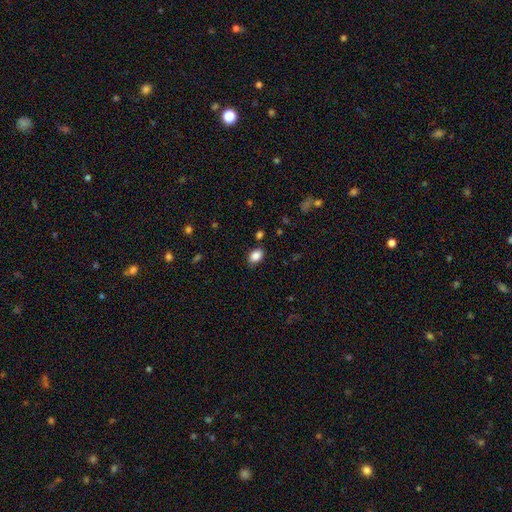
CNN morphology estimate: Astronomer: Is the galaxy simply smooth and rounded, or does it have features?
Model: smooth — 87%.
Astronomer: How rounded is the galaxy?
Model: in between — 81%.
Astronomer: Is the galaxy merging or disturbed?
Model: none — 83%.